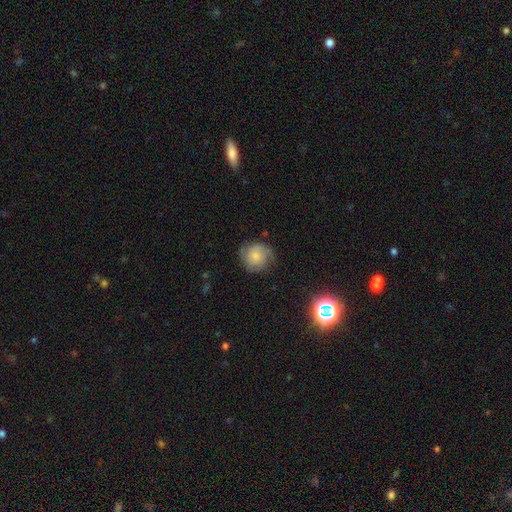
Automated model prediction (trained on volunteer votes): Smooth or featured? Predicted: smooth (p=0.49). Merging? Predicted: none (p=0.71).